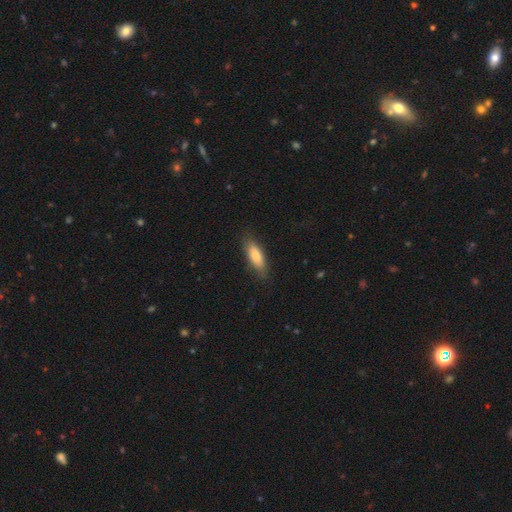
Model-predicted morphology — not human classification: Q: Smooth or featured?
A: smooth (83%); runner-up: featured or disk (11%)
Q: How rounded?
A: in between (59%); runner-up: cigar-shaped (39%)
Q: Merging?
A: none (82%); runner-up: minor disturbance (14%)